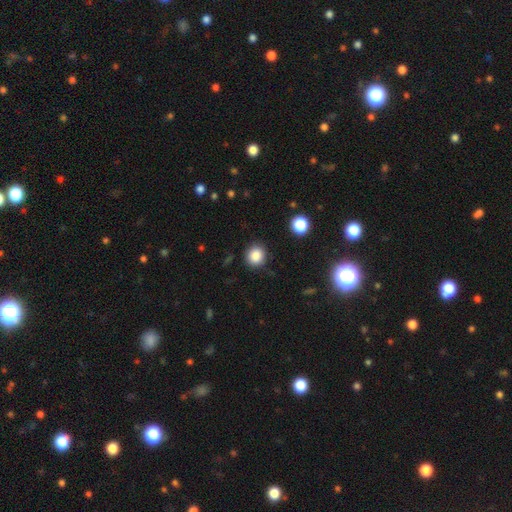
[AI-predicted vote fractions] smooth-or-featured: smooth: 86% | star or artifact: 11% | featured or disk: 4%
  how-rounded: round: 86% | in between: 13% | cigar-shaped: 1%
  merging: none: 88% | minor disturbance: 8% | major disturbance: 2% | merger: 1%